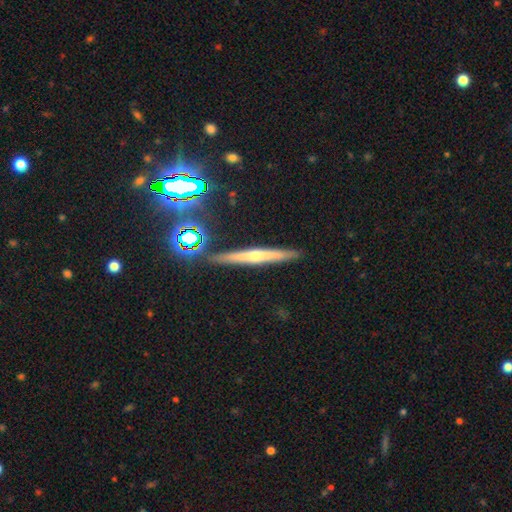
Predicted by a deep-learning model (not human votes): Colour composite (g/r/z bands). It shows a featured or disk galaxy (62%) viewed edge-on (95%) with a rounded central bulge (76%). Merging: none (86%).